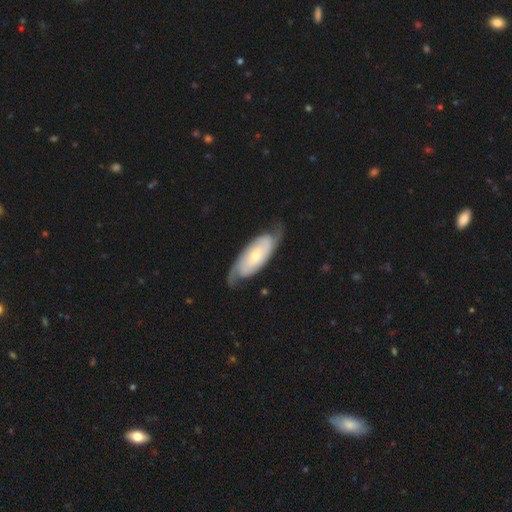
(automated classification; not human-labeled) Morphology: type=featured or disk (78%); edge-on=no (91%); bar=no (66%); spiral arms=yes (94%); winding=tight (53%); arm count=2 (78%); bulge=small (61%); merging=none (72%).